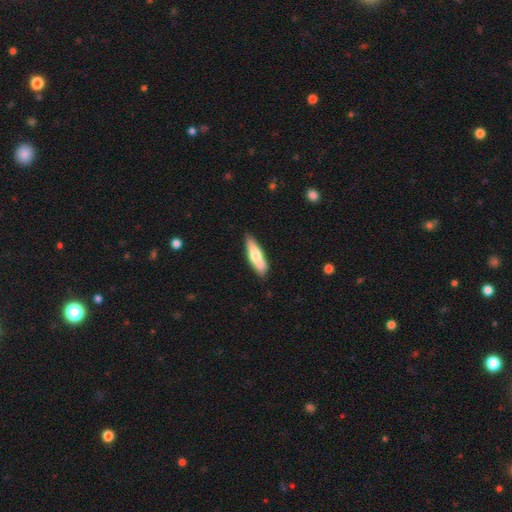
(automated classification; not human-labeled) Morphology: type=smooth (66%); roundness=cigar-shaped (63%); merging=none (82%).